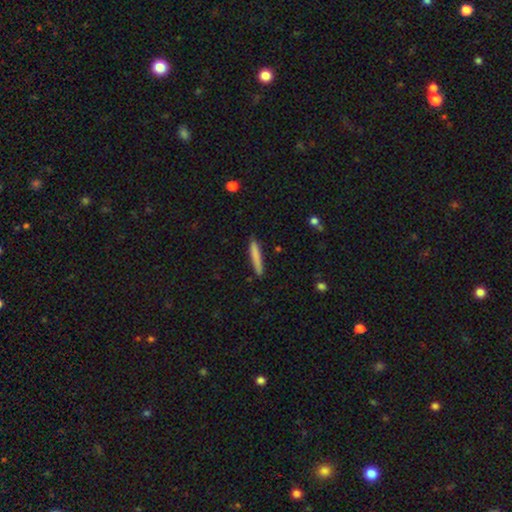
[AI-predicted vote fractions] A smooth galaxy with no disk features (79%) that is cigar-shaped (94%).

Vote fractions:
- Smooth or featured? smooth: 79% / featured or disk: 15% / star or artifact: 6%
- How rounded? cigar-shaped: 94% / in between: 5% / round: 1%
- Merging? none: 85% / minor disturbance: 12% / major disturbance: 2% / merger: 2%